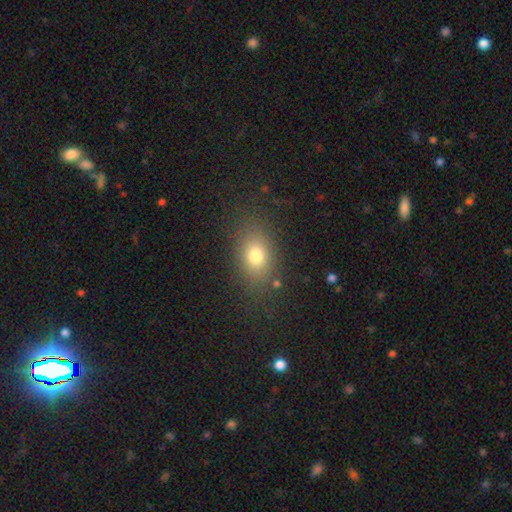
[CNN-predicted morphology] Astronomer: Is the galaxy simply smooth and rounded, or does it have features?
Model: smooth — 76%.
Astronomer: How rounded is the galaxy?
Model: in between — 72%.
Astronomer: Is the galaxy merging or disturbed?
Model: none — 81%.